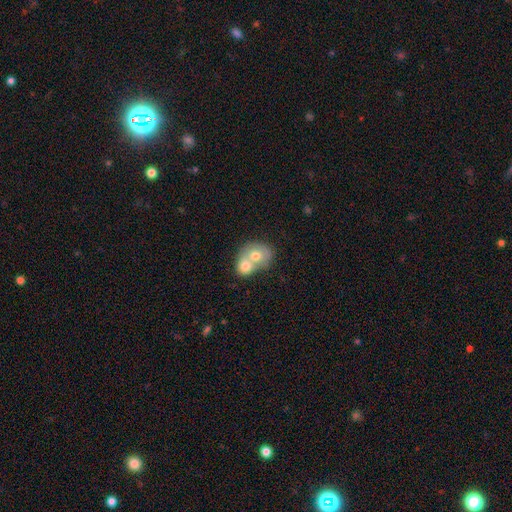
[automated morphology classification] Smooth or featured? Predicted: smooth (p=0.65). How rounded? Predicted: round (p=0.58). Merging? Predicted: merger (p=0.77).